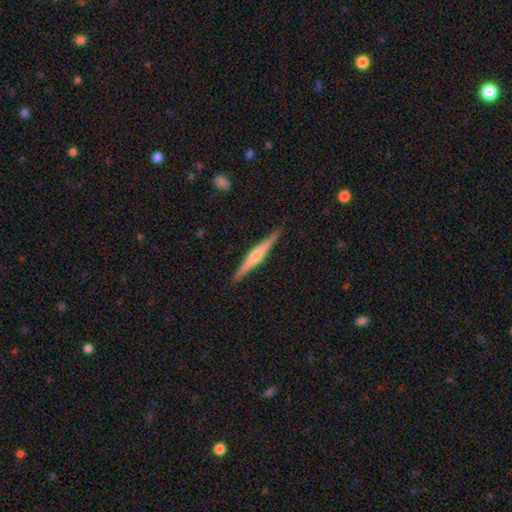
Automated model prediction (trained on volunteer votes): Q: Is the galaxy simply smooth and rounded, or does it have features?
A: featured or disk — 75%.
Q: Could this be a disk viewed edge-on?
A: yes — 98%.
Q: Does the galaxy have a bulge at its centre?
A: rounded — 80%.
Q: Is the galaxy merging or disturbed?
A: none — 91%.